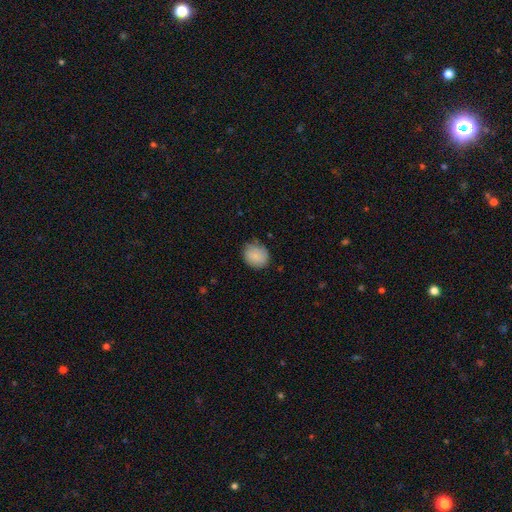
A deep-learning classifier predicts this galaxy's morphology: smooth 85%, featured or disk 8%, star or artifact 7%. Down the decision tree: how rounded — round (65%); merging — none (73%).